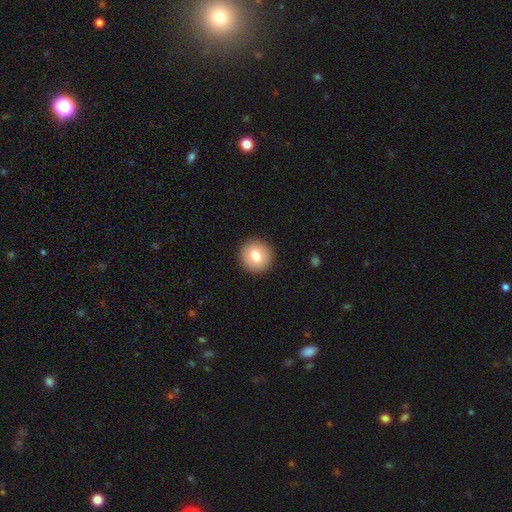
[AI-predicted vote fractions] Smooth or featured? Predicted: smooth (p=0.77). How rounded? Predicted: round (p=0.95). Merging? Predicted: none (p=0.92).